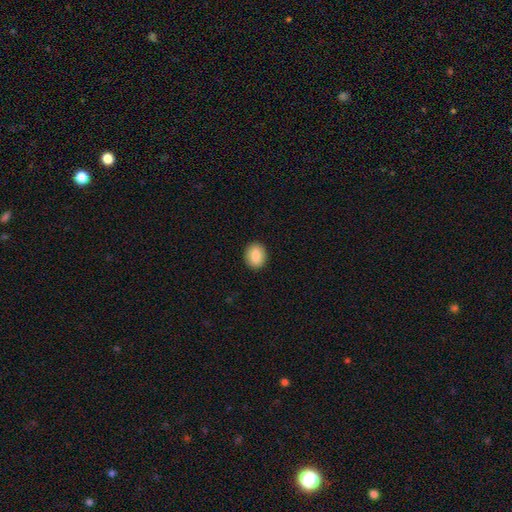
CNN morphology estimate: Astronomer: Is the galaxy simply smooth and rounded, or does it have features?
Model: smooth — 86%.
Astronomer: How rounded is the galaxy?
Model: round — 54% (runner-up: in between, 45%).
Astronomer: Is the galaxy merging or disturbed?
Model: none — 91%.